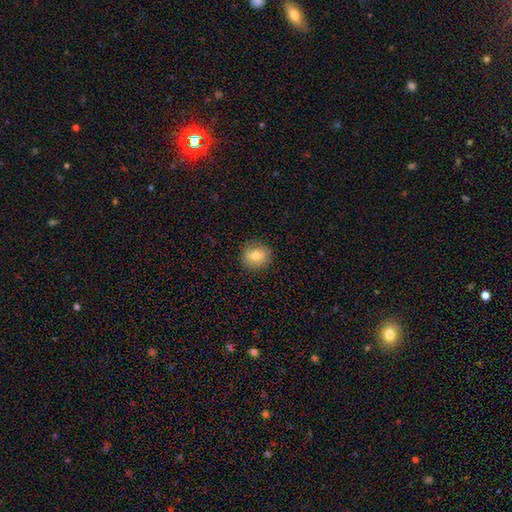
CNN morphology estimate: Overall: smooth (74%). How rounded: round (82%). Merging: none (86%).